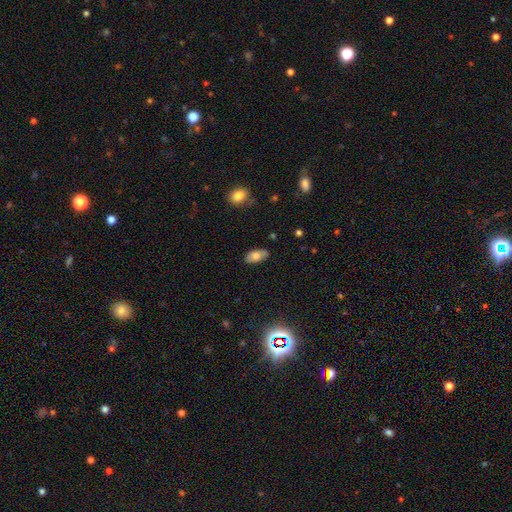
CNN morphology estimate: smooth-or-featured: smooth: 73% | featured or disk: 19% | star or artifact: 8%
  how-rounded: in between: 92% | cigar-shaped: 4% | round: 3%
  merging: none: 81% | minor disturbance: 15% | major disturbance: 3% | merger: 1%